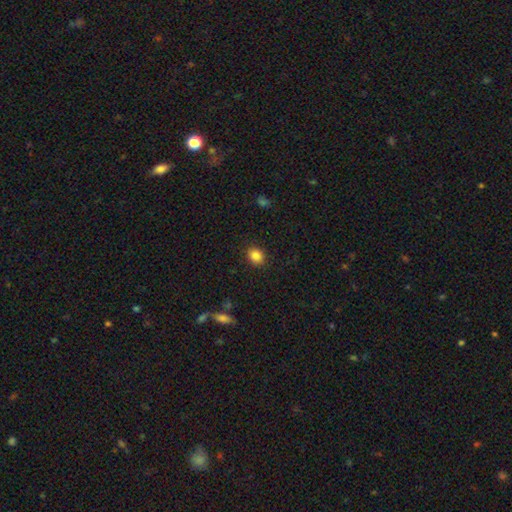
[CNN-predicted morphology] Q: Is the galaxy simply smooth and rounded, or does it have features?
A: smooth — 85%.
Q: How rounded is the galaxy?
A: round — 62%.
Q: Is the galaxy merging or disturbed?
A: none — 88%.